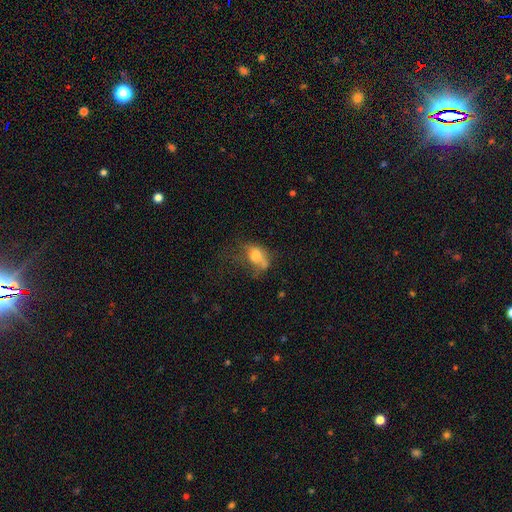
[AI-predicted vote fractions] smooth 64%, featured or disk 23%, star or artifact 12%. Down the decision tree: how rounded — in between (70%); merging — major disturbance (36%).